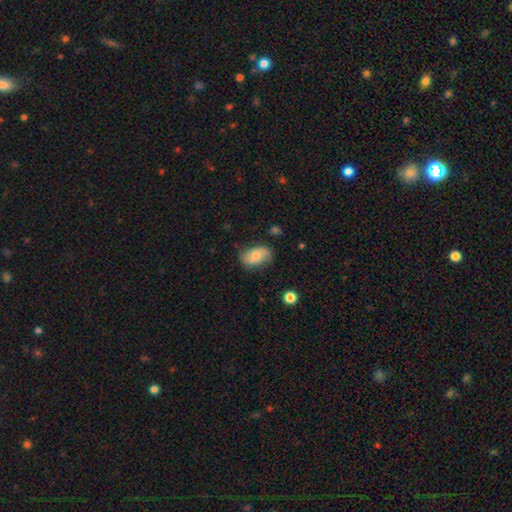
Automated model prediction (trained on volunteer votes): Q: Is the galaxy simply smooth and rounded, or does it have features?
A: smooth — 52%.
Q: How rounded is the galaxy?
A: in between — 90%.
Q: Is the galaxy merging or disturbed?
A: none — 65%.